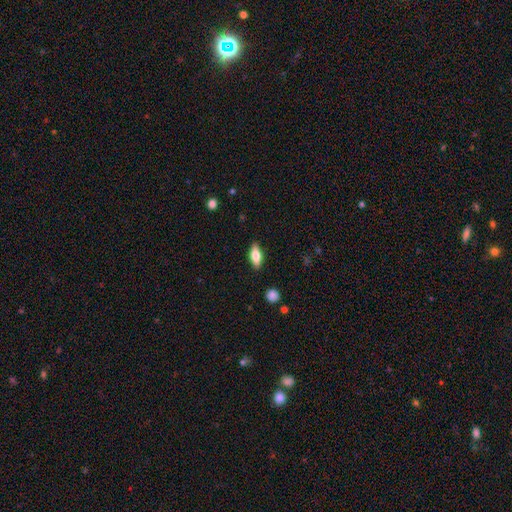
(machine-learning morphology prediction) smooth_or_featured: smooth (p=0.69) [alt: featured or disk p=0.24]
how_rounded: in between (p=0.77) [alt: cigar-shaped p=0.20]
merging: none (p=0.87) [alt: minor disturbance p=0.10]